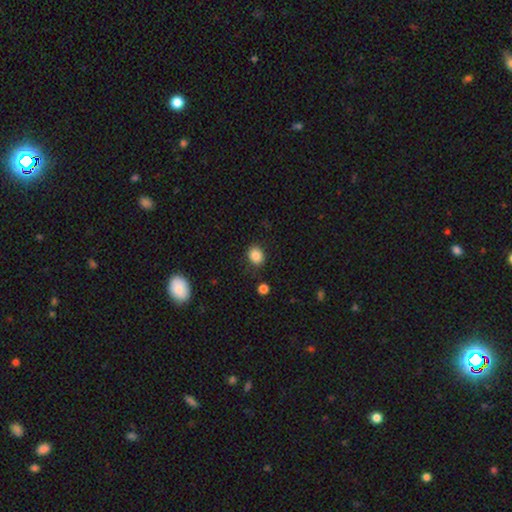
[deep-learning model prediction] Smooth or featured?
  - smooth: 85% *
  - star or artifact: 10%
  - featured or disk: 5%
How rounded?
  - round: 57% *
  - in between: 42%
  - cigar-shaped: 1%
Merging?
  - none: 84% *
  - minor disturbance: 11%
  - major disturbance: 3%
  - merger: 2%